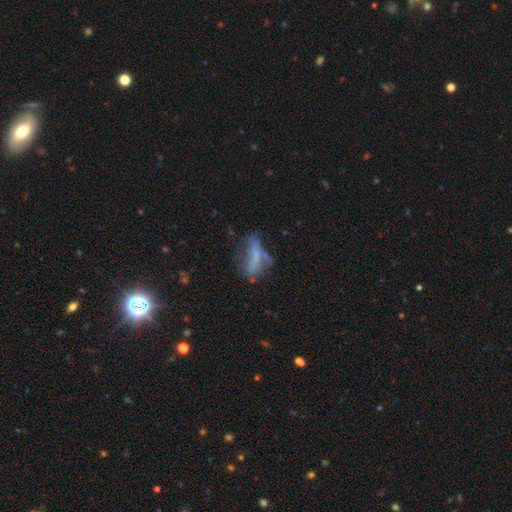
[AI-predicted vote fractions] A featured or disk galaxy (44%). Merging: none (34%).